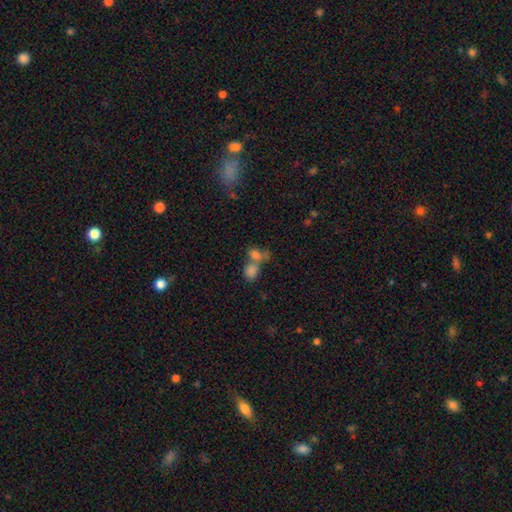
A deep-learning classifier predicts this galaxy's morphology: Smooth or featured? Predicted: smooth (p=0.76). How rounded? Predicted: in between (p=0.70). Merging? Predicted: merger (p=0.60).